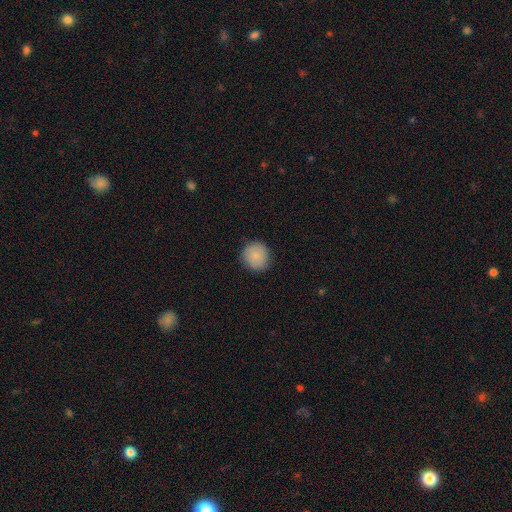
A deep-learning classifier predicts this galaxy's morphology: Smooth or featured: smooth — 85% (featured or disk — 8%)
How rounded: round — 92% (in between — 7%)
Merging: none — 87% (minor disturbance — 10%)